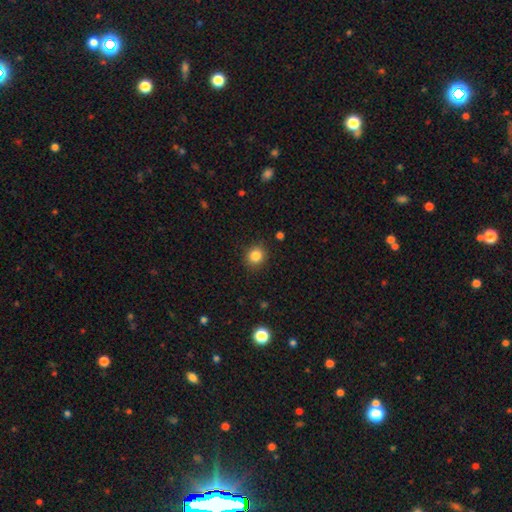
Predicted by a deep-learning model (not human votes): Smooth or featured?
  - smooth: 85% *
  - star or artifact: 11%
  - featured or disk: 5%
How rounded?
  - round: 82% *
  - in between: 17%
  - cigar-shaped: 1%
Merging?
  - none: 89% *
  - minor disturbance: 8%
  - major disturbance: 2%
  - merger: 1%